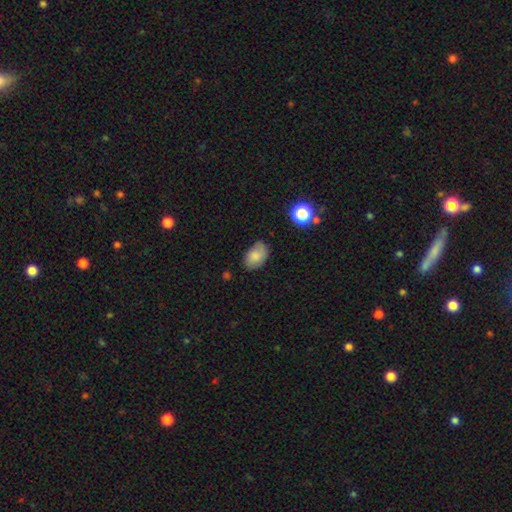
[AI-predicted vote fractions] A smooth galaxy with no disk features (81%) that is in between round and cigar-shaped (88%).

Vote fractions:
- Smooth or featured? smooth: 81% / featured or disk: 10% / star or artifact: 9%
- How rounded? in between: 88% / round: 11% / cigar-shaped: 1%
- Merging? none: 74% / minor disturbance: 20% / major disturbance: 4% / merger: 2%